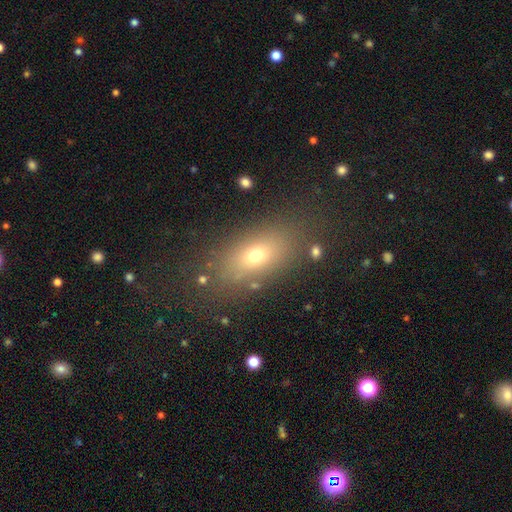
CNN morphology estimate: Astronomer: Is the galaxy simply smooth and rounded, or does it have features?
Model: smooth — 68%.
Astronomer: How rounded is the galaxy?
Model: in between — 78%.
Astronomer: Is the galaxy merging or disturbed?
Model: none — 80%.